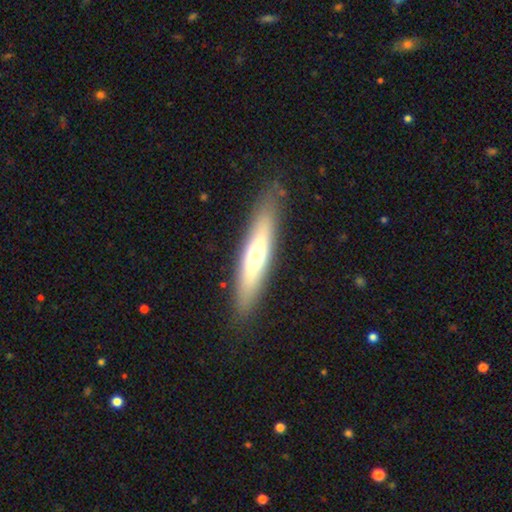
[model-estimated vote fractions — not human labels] Smooth or featured: smooth — 50% (featured or disk — 44%)
Merging: none — 85% (minor disturbance — 10%)